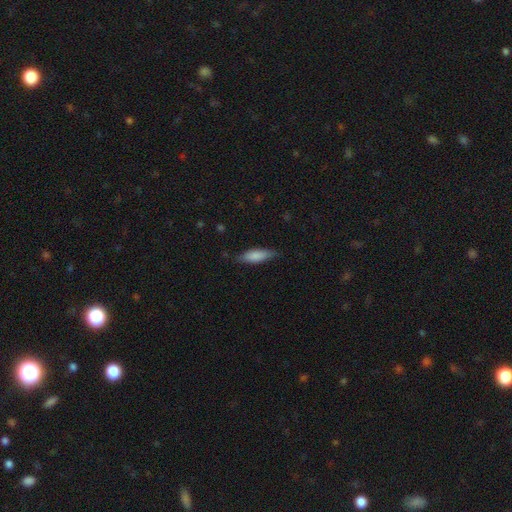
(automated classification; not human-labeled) Smooth or featured?
  - smooth: 81% *
  - featured or disk: 13%
  - star or artifact: 6%
How rounded?
  - in between: 53% *
  - cigar-shaped: 45%
  - round: 2%
Merging?
  - none: 77% *
  - minor disturbance: 19%
  - major disturbance: 3%
  - merger: 1%